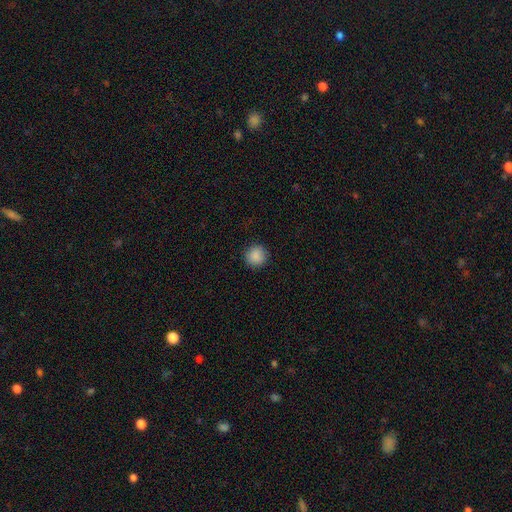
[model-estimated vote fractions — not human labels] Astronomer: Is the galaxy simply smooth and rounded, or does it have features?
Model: smooth — 88%.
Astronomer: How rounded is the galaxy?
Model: round — 95%.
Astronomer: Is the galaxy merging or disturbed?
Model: none — 91%.